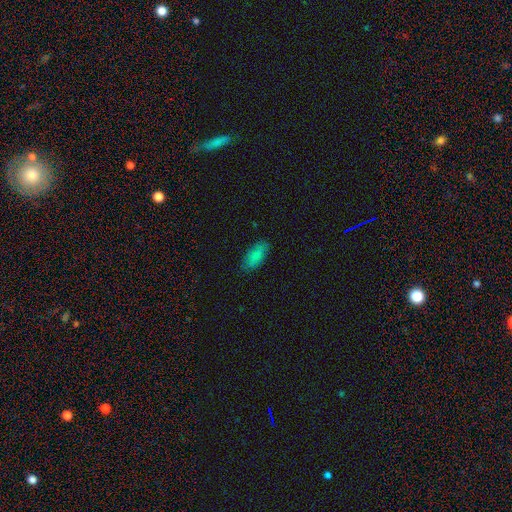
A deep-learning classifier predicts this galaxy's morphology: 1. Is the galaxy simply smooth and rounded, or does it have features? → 83% smooth, 10% featured or disk, 7% star or artifact.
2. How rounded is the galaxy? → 86% in between, 12% cigar-shaped, 2% round.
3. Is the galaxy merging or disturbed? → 81% none, 15% minor disturbance, 3% major disturbance, 1% merger.